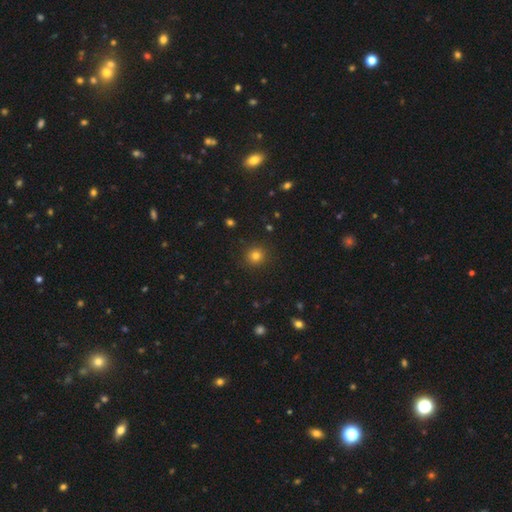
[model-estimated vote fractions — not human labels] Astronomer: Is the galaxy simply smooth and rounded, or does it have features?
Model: smooth — 80%.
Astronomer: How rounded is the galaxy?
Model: round — 92%.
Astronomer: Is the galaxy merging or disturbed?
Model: none — 90%.